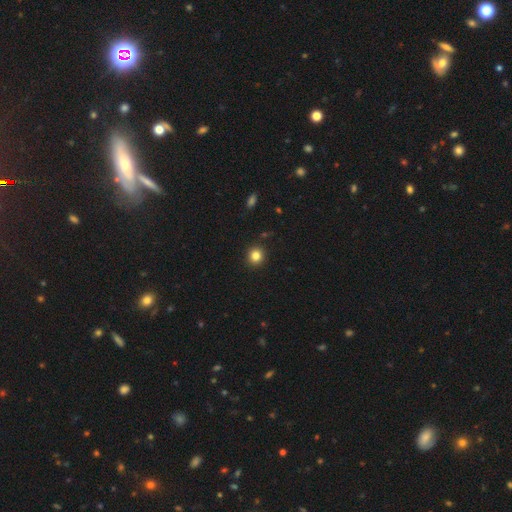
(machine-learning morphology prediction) This appears to be a smooth galaxy with no disk features (83%) that is round (90%). Merging: none (91%).